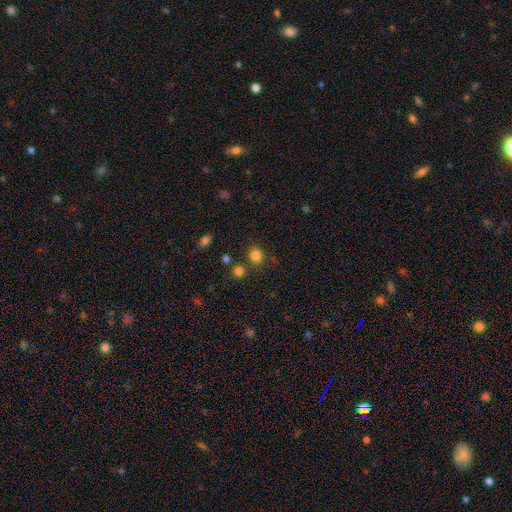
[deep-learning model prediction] This appears to be a smooth galaxy with no disk features (82%) that is round (81%). Merging: none (78%).